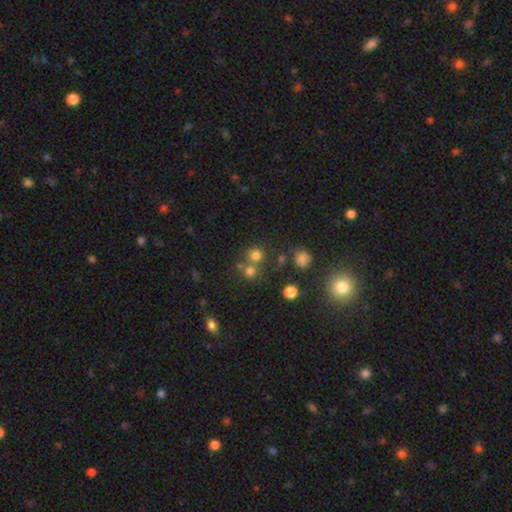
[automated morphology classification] Overall: smooth (71%). How rounded: round (88%). Merging: none (61%; merger 27%).